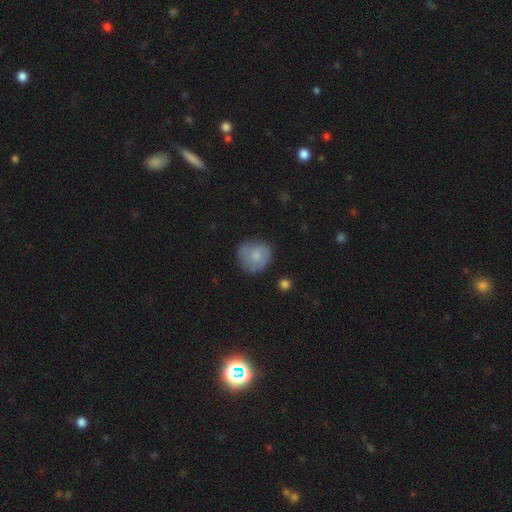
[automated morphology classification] The model was most divided on "merging": none: 65%, minor disturbance: 25%, major disturbance: 7%, merger: 2%. More confident: how rounded — round (82%); smooth or featured — smooth (69%).